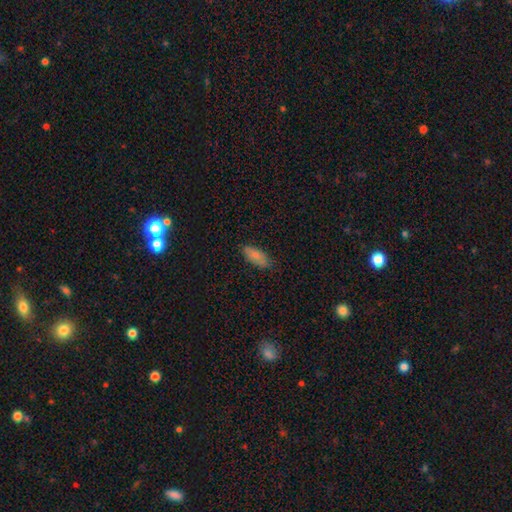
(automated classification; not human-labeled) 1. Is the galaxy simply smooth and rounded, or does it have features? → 83% smooth, 9% featured or disk, 7% star or artifact.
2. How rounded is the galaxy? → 83% in between, 15% cigar-shaped, 2% round.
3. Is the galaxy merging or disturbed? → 81% none, 15% minor disturbance, 3% major disturbance, 1% merger.